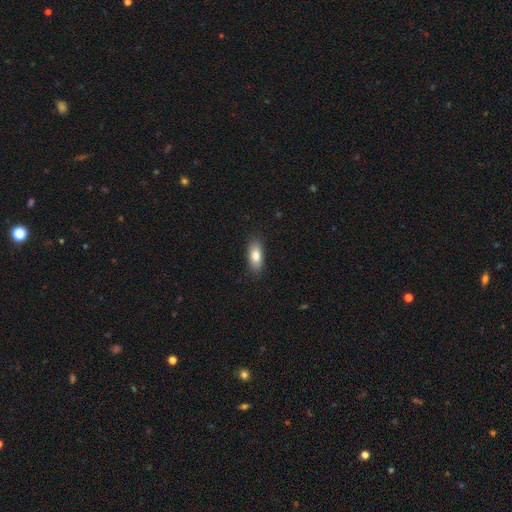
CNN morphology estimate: This appears to be a smooth galaxy with no disk features (80%) that is in between round and cigar-shaped (83%). Merging: none (86%).